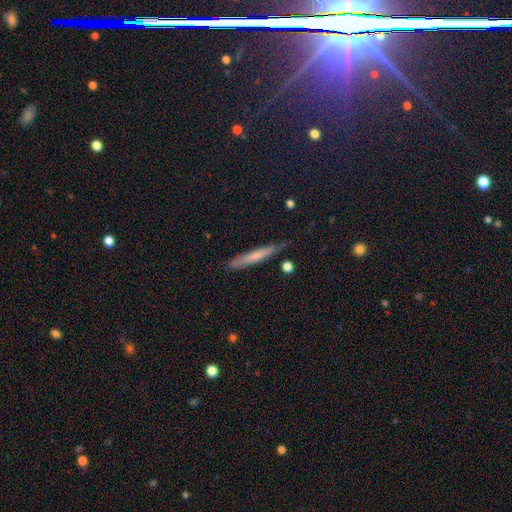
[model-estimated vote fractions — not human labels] A smooth galaxy with no disk features (57%) that is cigar-shaped (94%). Merging: none (80%).